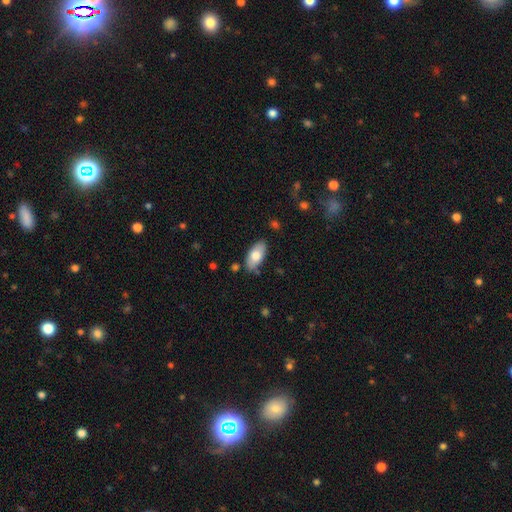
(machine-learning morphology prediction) smooth-or-featured: smooth: 74% | featured or disk: 19% | star or artifact: 6%
  how-rounded: in between: 92% | cigar-shaped: 5% | round: 3%
  merging: none: 83% | minor disturbance: 13% | merger: 2% | major disturbance: 2%